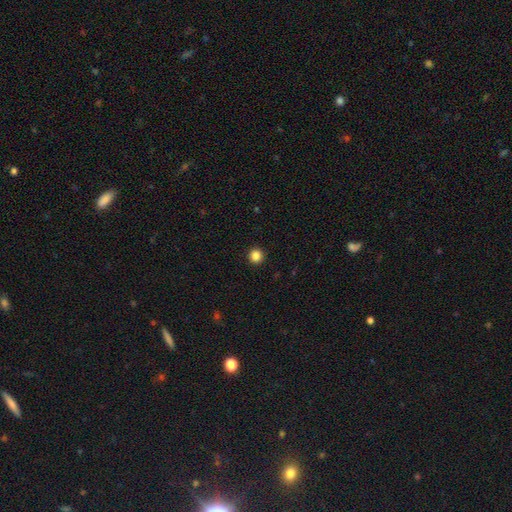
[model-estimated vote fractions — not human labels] Morphology: type=smooth (86%); roundness=round (95%); merging=none (94%).